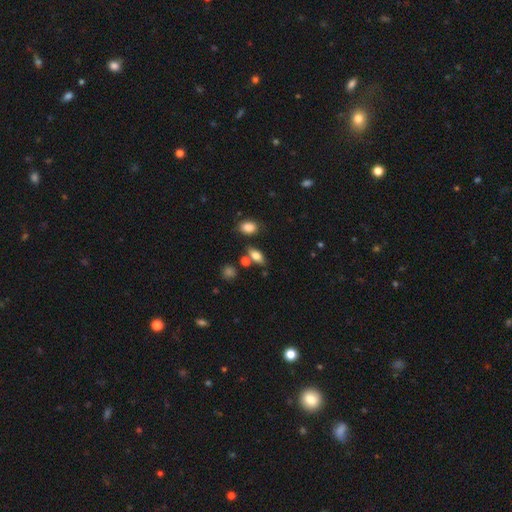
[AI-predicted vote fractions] Smooth or featured?
  - smooth: 76% *
  - featured or disk: 14%
  - star or artifact: 10%
How rounded?
  - in between: 81% *
  - cigar-shaped: 10%
  - round: 9%
Merging?
  - none: 69% *
  - minor disturbance: 14%
  - merger: 13%
  - major disturbance: 4%